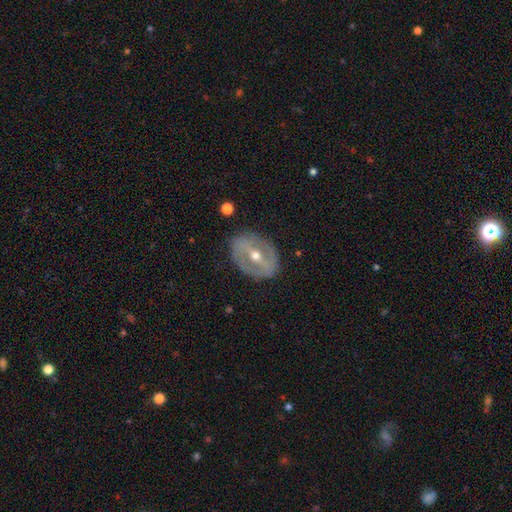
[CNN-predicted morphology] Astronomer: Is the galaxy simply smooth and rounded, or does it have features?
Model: featured or disk — 76%.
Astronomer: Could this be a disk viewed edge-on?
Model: no — 91%.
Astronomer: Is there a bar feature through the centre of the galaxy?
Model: strong — 56%.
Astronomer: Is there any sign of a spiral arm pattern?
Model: no — 57% (runner-up: yes, 43%).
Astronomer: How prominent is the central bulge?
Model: moderate — 62%.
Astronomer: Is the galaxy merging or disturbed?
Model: none — 79%.